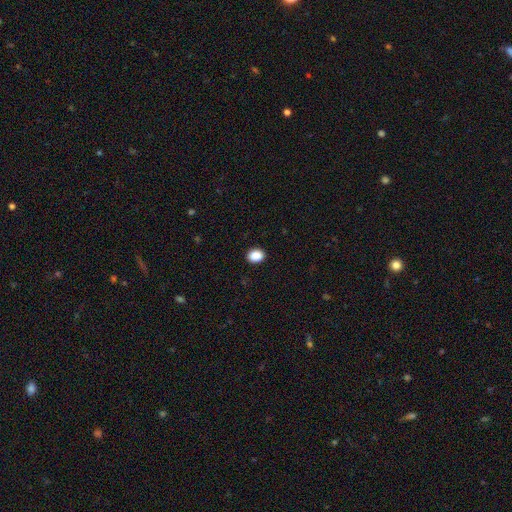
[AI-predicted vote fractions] Q: Smooth or featured?
A: smooth (89%); runner-up: star or artifact (8%)
Q: How rounded?
A: in between (51%); runner-up: round (48%)
Q: Merging?
A: none (91%); runner-up: minor disturbance (6%)